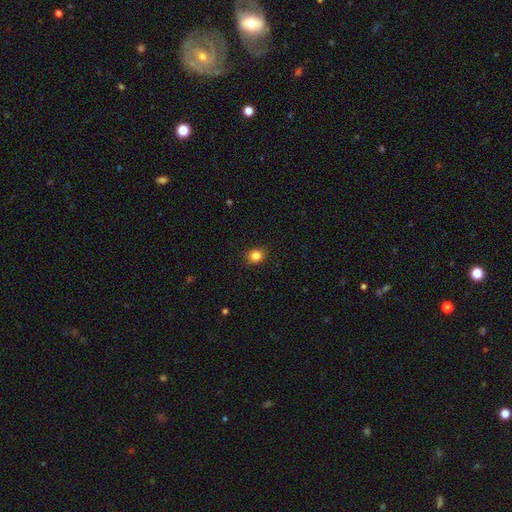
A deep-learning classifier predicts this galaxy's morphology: Q: Smooth or featured?
A: smooth (84%); runner-up: star or artifact (11%)
Q: How rounded?
A: round (71%); runner-up: in between (28%)
Q: Merging?
A: none (90%); runner-up: minor disturbance (7%)